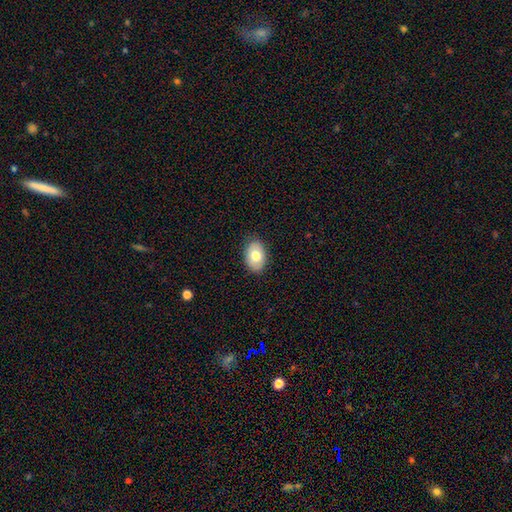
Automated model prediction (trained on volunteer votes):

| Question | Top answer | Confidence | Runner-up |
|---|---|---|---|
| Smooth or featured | smooth | 75% | featured or disk (18%) |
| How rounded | in between | 86% | round (13%) |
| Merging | none | 86% | minor disturbance (11%) |